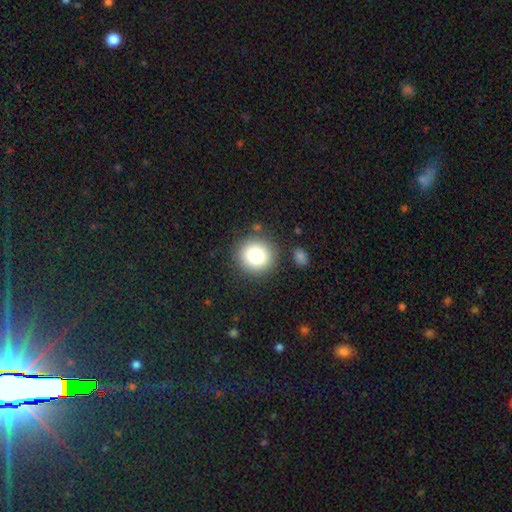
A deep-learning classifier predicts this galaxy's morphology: Overall: smooth (79%). How rounded: round (92%). Merging: none (86%).